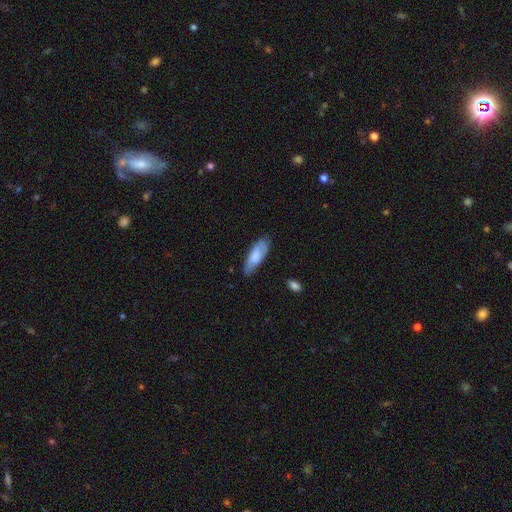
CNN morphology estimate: Smooth or featured?
  - smooth: 75% *
  - featured or disk: 20%
  - star or artifact: 6%
How rounded?
  - in between: 65% *
  - cigar-shaped: 34%
  - round: 2%
Merging?
  - none: 74% *
  - minor disturbance: 20%
  - major disturbance: 4%
  - merger: 2%